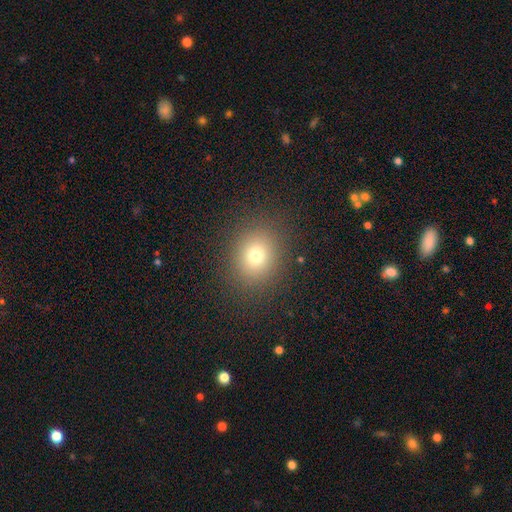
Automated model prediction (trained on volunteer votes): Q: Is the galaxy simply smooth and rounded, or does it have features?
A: smooth — 74%.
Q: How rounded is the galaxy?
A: round — 70%.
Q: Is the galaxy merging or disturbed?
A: none — 88%.